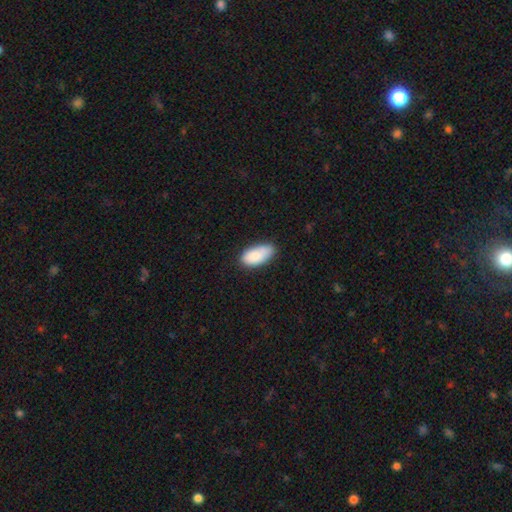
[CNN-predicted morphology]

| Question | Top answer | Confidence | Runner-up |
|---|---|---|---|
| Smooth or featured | smooth | 84% | featured or disk (9%) |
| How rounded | in between | 94% | cigar-shaped (4%) |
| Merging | none | 73% | minor disturbance (22%) |